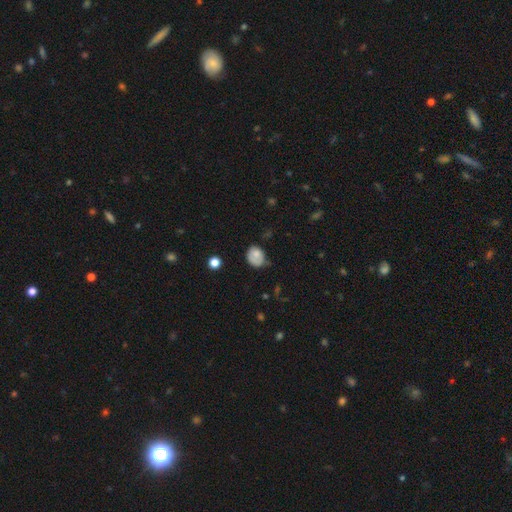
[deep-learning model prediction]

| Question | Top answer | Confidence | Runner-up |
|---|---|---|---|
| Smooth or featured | smooth | 73% | featured or disk (18%) |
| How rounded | in between | 51% | round (48%) |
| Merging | none | 44% | minor disturbance (38%) |